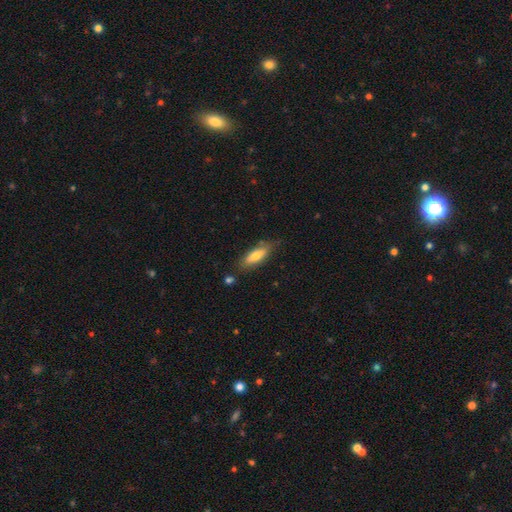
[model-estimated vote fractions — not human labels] smooth 72%, featured or disk 22%, star or artifact 6%. Down the decision tree: how rounded — in between (59%); merging — none (71%).